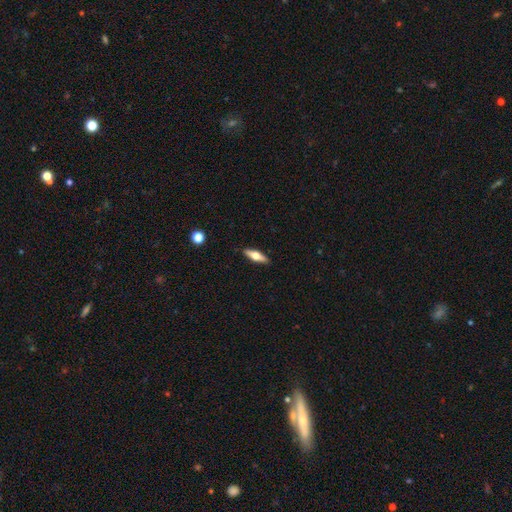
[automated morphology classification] This is possibly a featured or disk galaxy (51%). It is clearly viewed edge-on (93%). Merging: clearly none (89%).